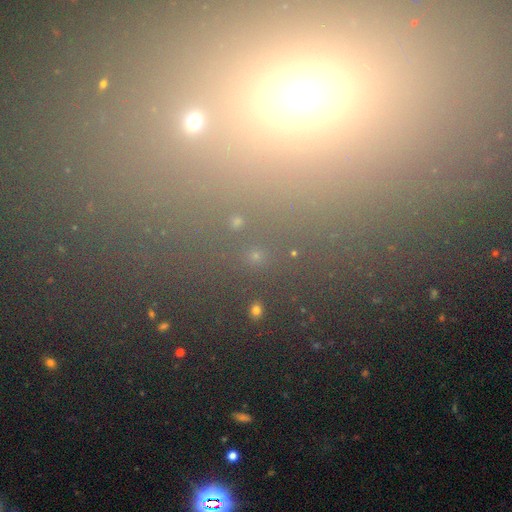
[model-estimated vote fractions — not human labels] Smooth or featured? Predicted: star or artifact (p=0.60).